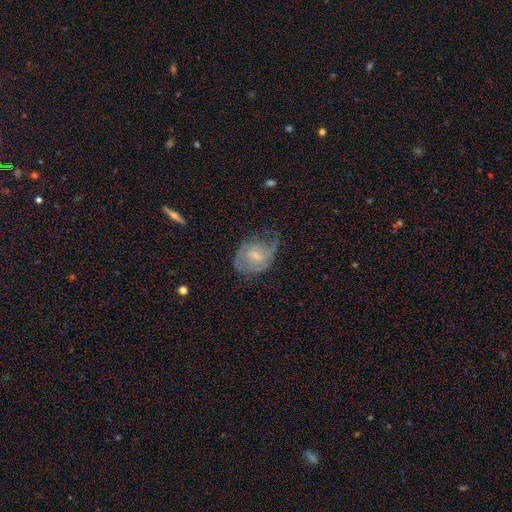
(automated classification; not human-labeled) Overall: featured or disk (64%; smooth 29%). Edge-on disk: no (97%). Bar: weak (52%; no 37%). Spiral arms: yes (81%). Spiral arm count: 2 (49%; can't tell 25%). Spiral winding: medium (42%; tight 29%). Bulge size: small (58%; moderate 28%). Merging: none (40%; minor disturbance 30%).